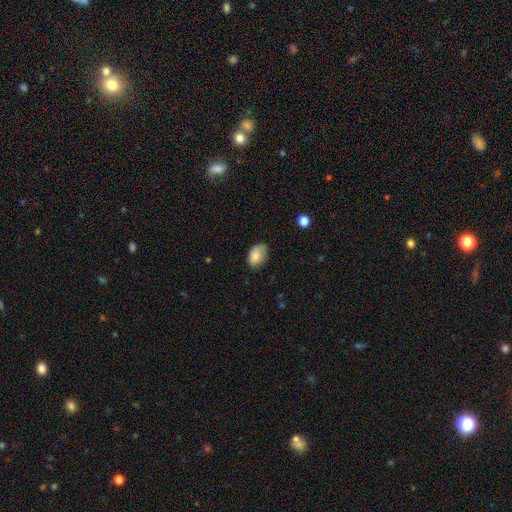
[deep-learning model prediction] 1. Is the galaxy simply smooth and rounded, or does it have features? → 82% smooth, 10% featured or disk, 8% star or artifact.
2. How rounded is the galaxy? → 84% in between, 14% round, 1% cigar-shaped.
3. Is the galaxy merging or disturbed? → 60% none, 32% minor disturbance, 7% major disturbance, 1% merger.